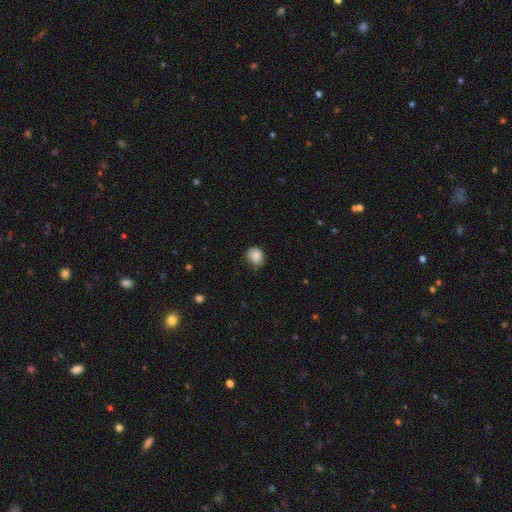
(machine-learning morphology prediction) Smooth or featured? smooth (82%)
How rounded? round (69%)
Merging? none (71%)